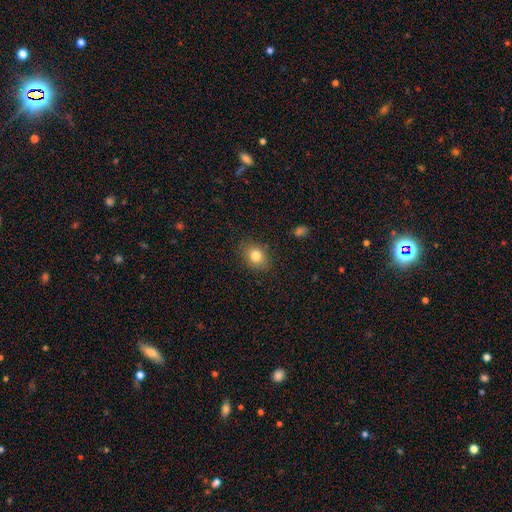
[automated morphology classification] Smooth or featured? Predicted: smooth (p=0.82). How rounded? Predicted: round (p=0.50). Merging? Predicted: none (p=0.85).